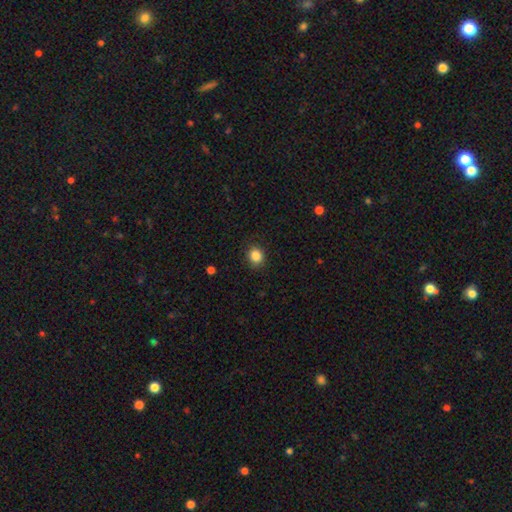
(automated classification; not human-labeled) smooth-or-featured: smooth: 86% | star or artifact: 10% | featured or disk: 4%
  how-rounded: round: 74% | in between: 25% | cigar-shaped: 1%
  merging: none: 87% | minor disturbance: 9% | major disturbance: 3% | merger: 1%